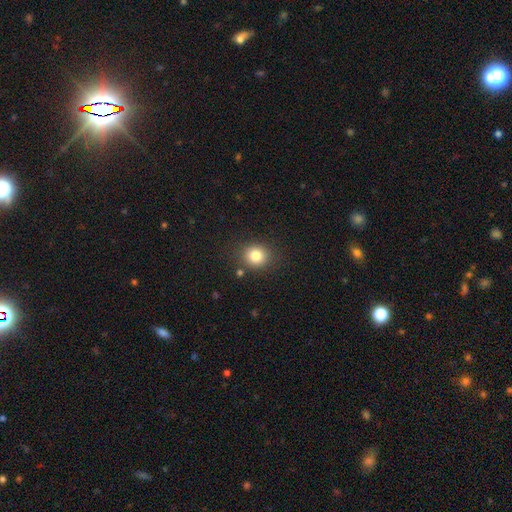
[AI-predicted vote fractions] The model was most divided on "how rounded": round: 82%, in between: 17%, cigar-shaped: 1%. More confident: merging — none (84%); smooth or featured — smooth (82%).